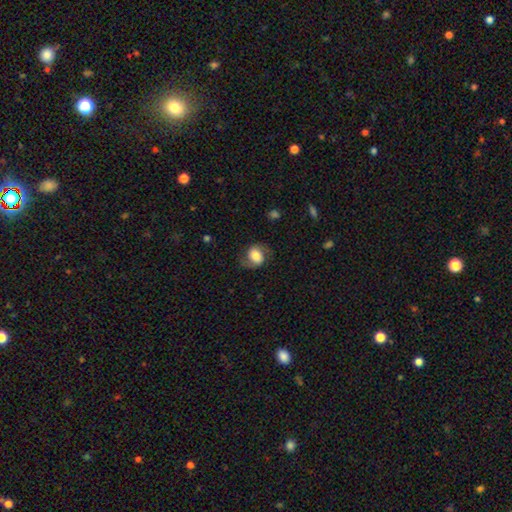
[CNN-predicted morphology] Overall: smooth (53%; featured or disk 39%). How rounded: round (53%; in between 46%). Merging: none (68%).